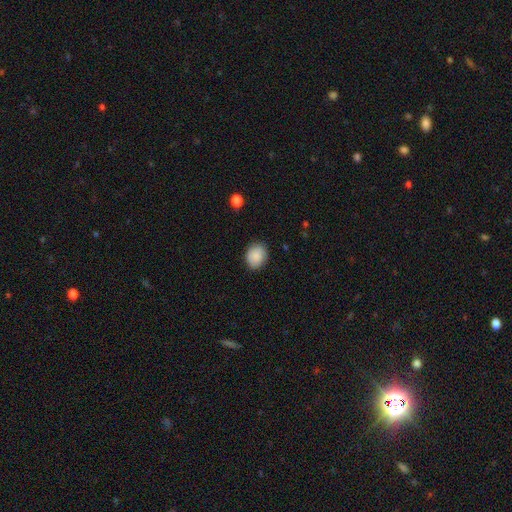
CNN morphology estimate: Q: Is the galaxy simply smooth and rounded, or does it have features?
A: smooth — 88%.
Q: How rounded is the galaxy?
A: round — 53%.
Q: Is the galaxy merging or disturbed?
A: none — 85%.